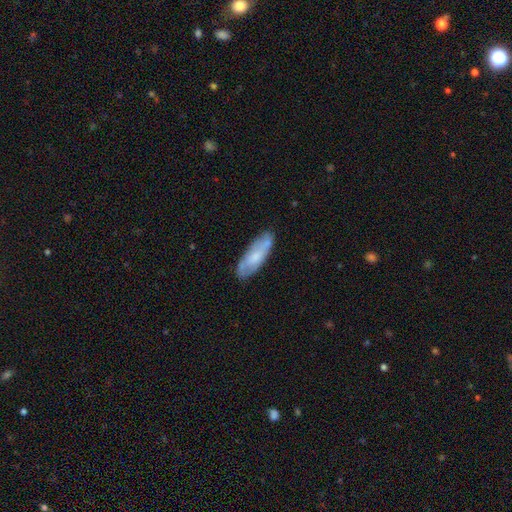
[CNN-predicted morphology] Smooth or featured?
  - smooth: 55% *
  - featured or disk: 39%
  - star or artifact: 6%
How rounded?
  - in between: 55% *
  - cigar-shaped: 43%
  - round: 2%
Merging?
  - none: 77% *
  - minor disturbance: 18%
  - major disturbance: 3%
  - merger: 2%